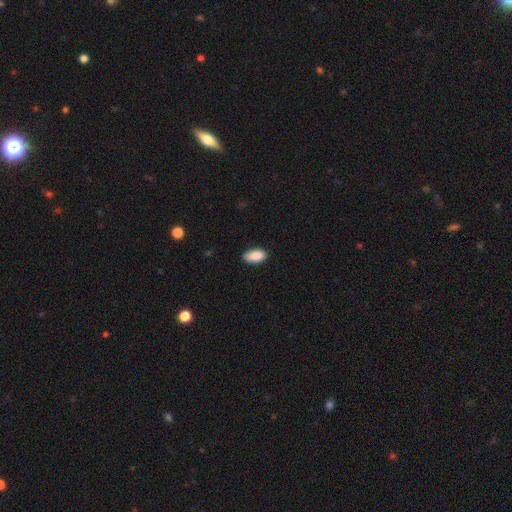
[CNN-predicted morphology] smooth 89%, star or artifact 7%, featured or disk 4%. Down the decision tree: how rounded — in between (94%); merging — none (83%).